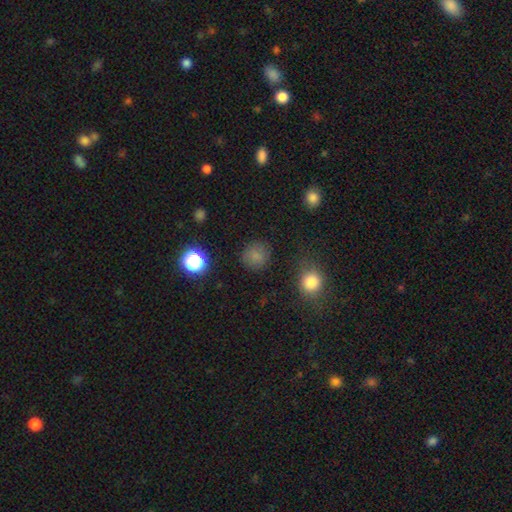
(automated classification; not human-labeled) A smooth galaxy with no disk features (78%) that is round (90%).

Vote fractions:
- Smooth or featured? smooth: 78% / star or artifact: 17% / featured or disk: 5%
- How rounded? round: 90% / in between: 9% / cigar-shaped: 1%
- Merging? none: 84% / minor disturbance: 10% / major disturbance: 4% / merger: 2%